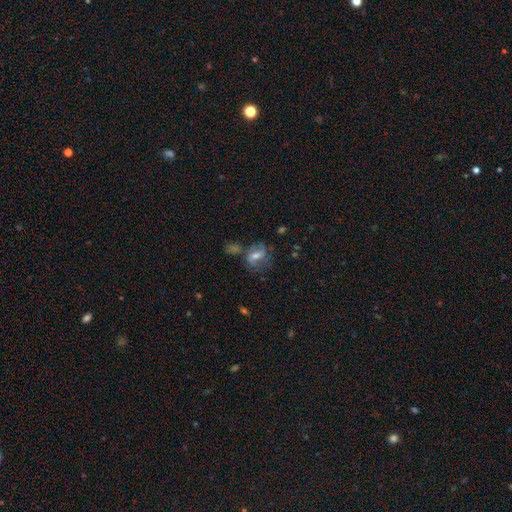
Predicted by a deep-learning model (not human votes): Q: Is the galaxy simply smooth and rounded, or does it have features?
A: smooth — 46%.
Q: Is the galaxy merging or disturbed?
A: none — 46%.